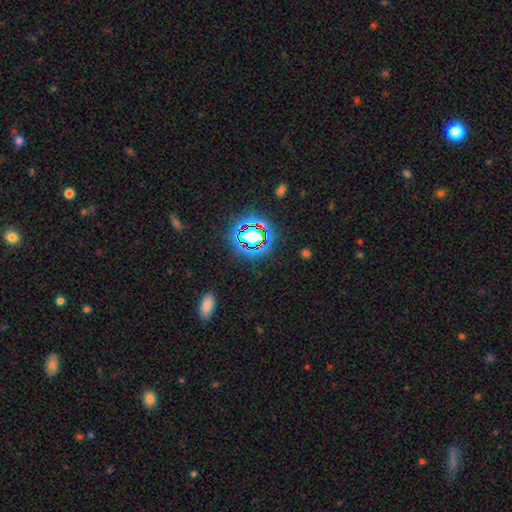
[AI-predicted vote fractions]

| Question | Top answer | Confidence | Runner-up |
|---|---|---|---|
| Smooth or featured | star or artifact | 72% | smooth (19%) |